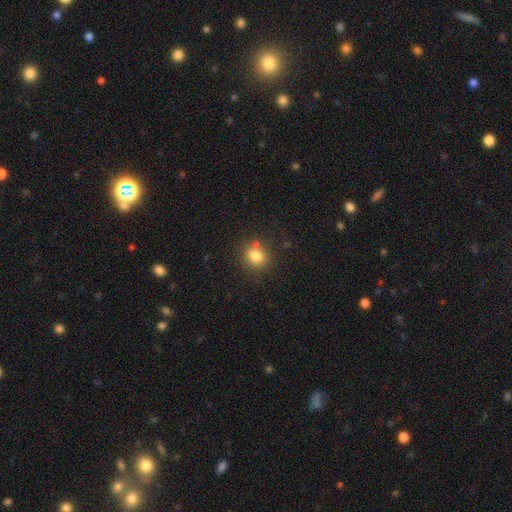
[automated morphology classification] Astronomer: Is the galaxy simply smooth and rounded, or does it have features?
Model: smooth — 80%.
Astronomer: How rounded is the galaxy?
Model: round — 67%.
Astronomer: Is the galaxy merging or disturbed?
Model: none — 73%.